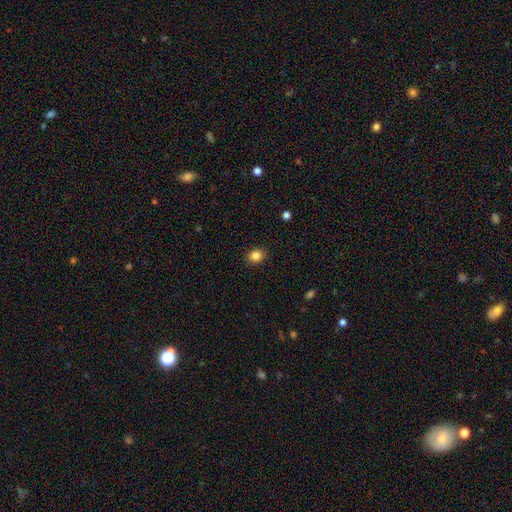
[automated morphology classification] Overall: smooth (85%). How rounded: round (68%; in between 31%). Merging: none (90%).